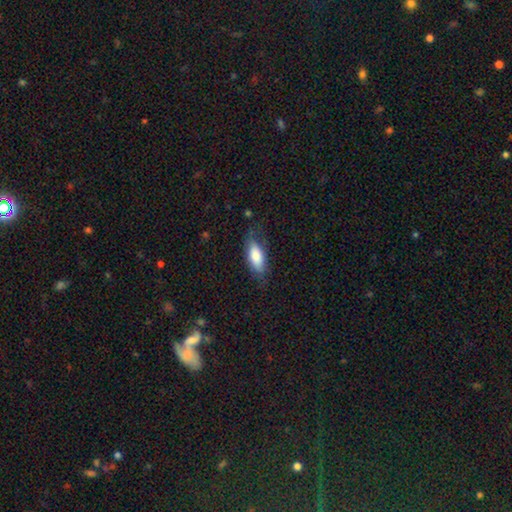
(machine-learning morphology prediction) type=smooth (77%); roundness=in between (80%); merging=none (67%).